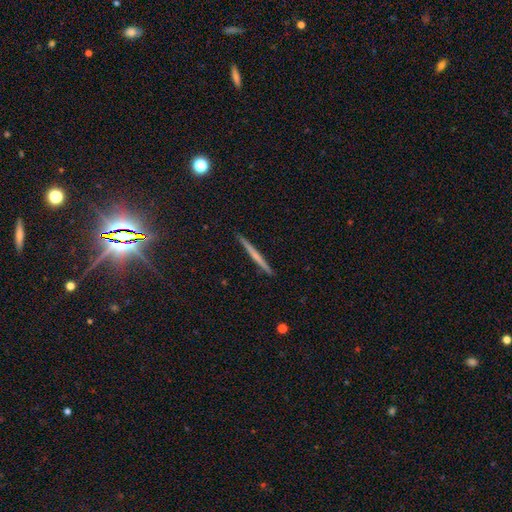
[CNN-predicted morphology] The model was most divided on "smooth or featured": featured or disk: 49%, smooth: 43%, star or artifact: 8%. More confident: merging — none (92%).